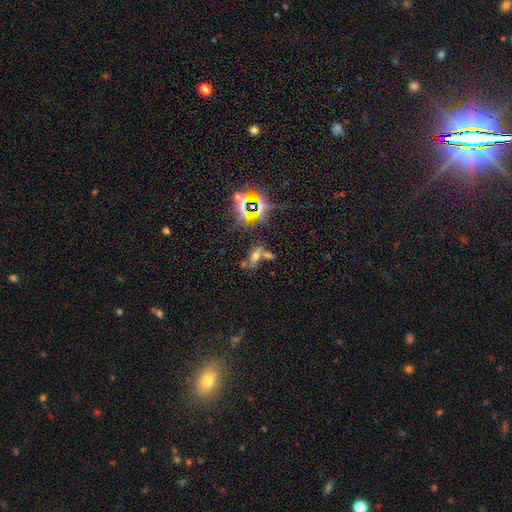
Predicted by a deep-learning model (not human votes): Overall: smooth (41%; star or artifact 38%). Merging: none (44%; merger 35%).